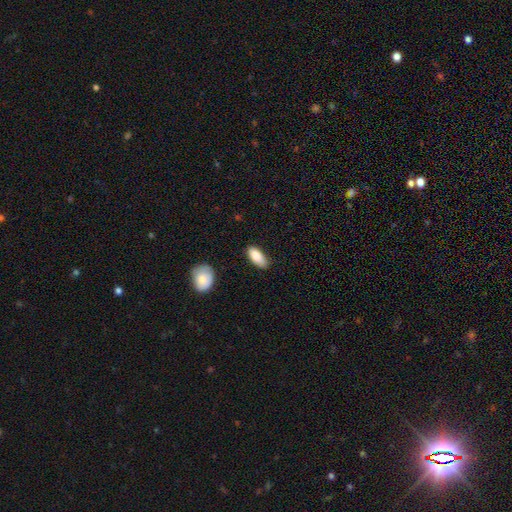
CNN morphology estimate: type=smooth (84%); roundness=in between (88%); merging=none (76%).